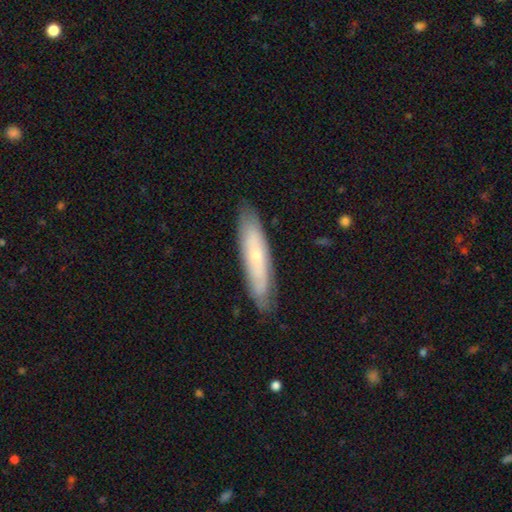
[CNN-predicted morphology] This is possibly a featured or disk galaxy (48%). Merging: clearly none (82%).